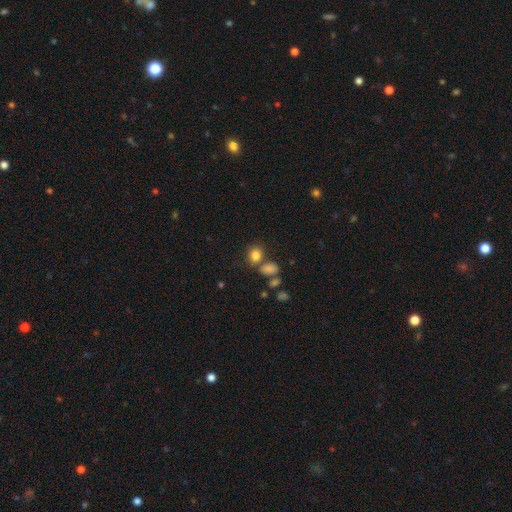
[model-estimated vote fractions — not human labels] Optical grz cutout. It shows a smooth galaxy with no disk features (81%) that is round (57%). Merging: none (58%).